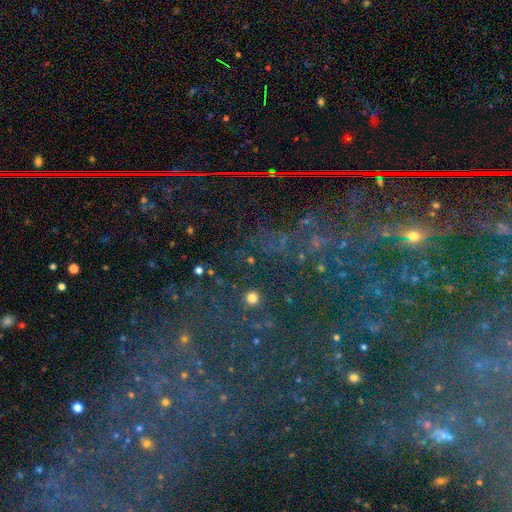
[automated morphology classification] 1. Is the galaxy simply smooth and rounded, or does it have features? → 82% star or artifact, 10% featured or disk, 8% smooth.